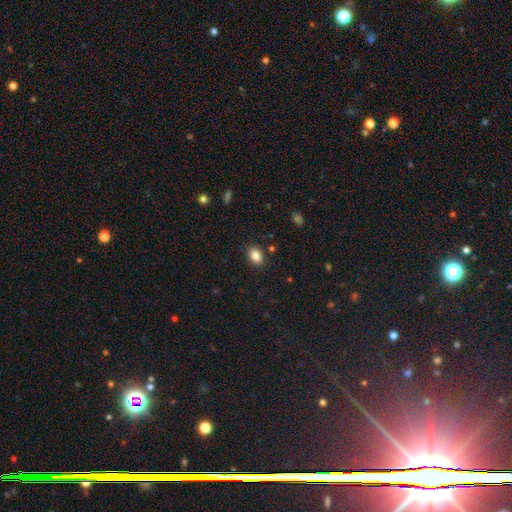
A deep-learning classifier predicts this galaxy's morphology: smooth-or-featured: smooth: 85% | star or artifact: 9% | featured or disk: 6%
  how-rounded: in between: 74% | round: 25% | cigar-shaped: 1%
  merging: none: 87% | minor disturbance: 9% | major disturbance: 2% | merger: 2%